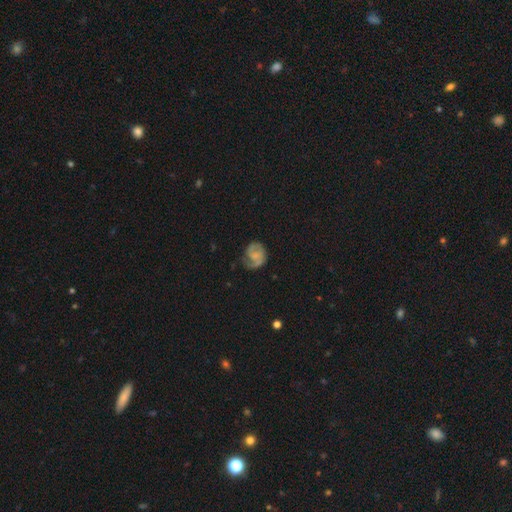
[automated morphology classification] The model was most divided on "bulge size": small: 38%, none: 36%, moderate: 21%, large: 4%, dominant: 1%. Remaining: edge-on disk — no (98%); spiral arms — yes (87%); spiral arm count — 2 (61%); smooth or featured — featured or disk (61%); merging — none (58%); bar — no (54%); spiral winding — medium (43%).